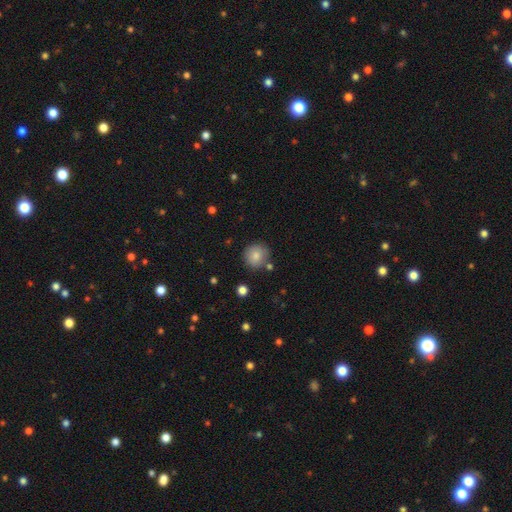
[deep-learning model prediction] Overall: smooth (83%). How rounded: round (90%). Merging: none (82%).